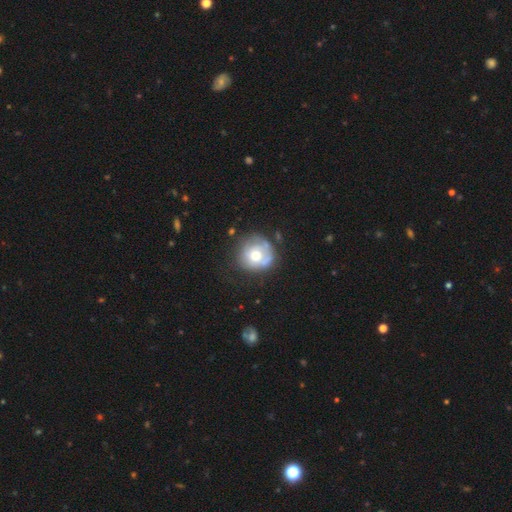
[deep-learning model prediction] Q: Smooth or featured?
A: smooth (54%); runner-up: featured or disk (38%)
Q: How rounded?
A: round (89%); runner-up: in between (10%)
Q: Merging?
A: none (59%); runner-up: minor disturbance (24%)